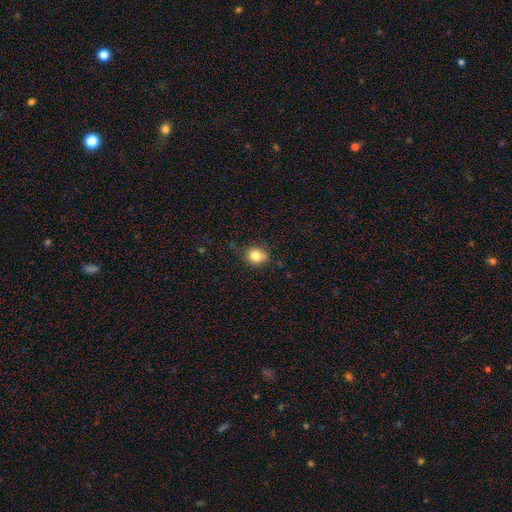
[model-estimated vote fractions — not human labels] A smooth galaxy with no disk features (82%) that is round (68%). Merging: none (67%).